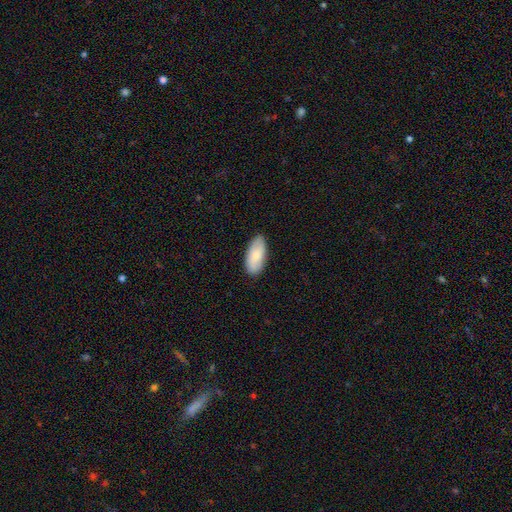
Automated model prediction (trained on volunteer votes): smooth 79%, featured or disk 16%, star or artifact 6%. Down the decision tree: how rounded — in between (91%); merging — none (86%).